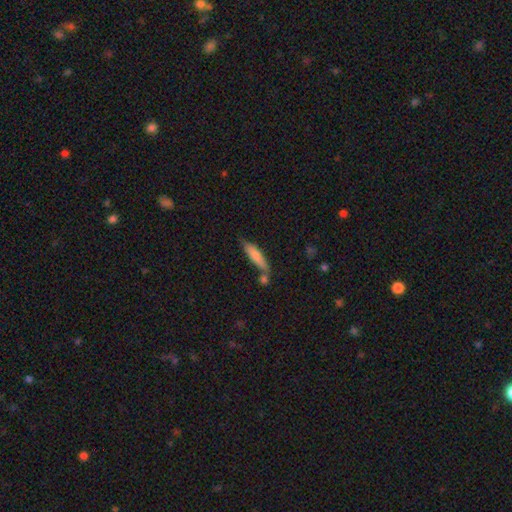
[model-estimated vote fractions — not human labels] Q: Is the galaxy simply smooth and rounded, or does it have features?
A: smooth — 73%.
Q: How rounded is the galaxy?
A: cigar-shaped — 79%.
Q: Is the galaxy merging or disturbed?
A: none — 59%.